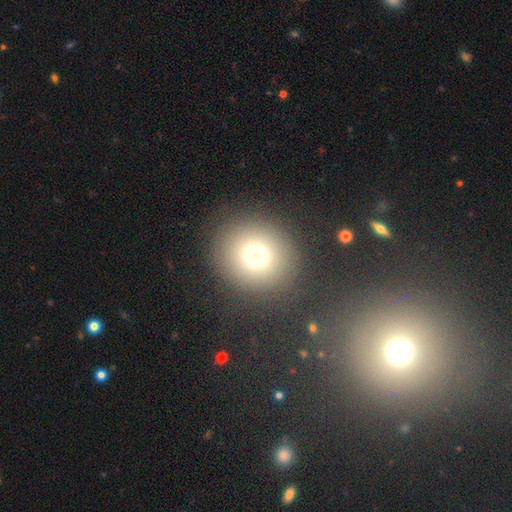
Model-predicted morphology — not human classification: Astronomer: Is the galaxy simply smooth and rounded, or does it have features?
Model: smooth — 74%.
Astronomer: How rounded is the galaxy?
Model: round — 89%.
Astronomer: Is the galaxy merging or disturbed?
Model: none — 85%.